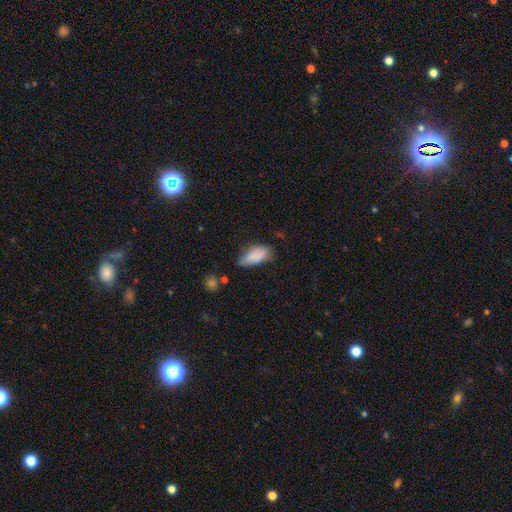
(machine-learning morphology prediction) A smooth galaxy with no disk features (84%) that is in between round and cigar-shaped (87%). Merging: none (51%).